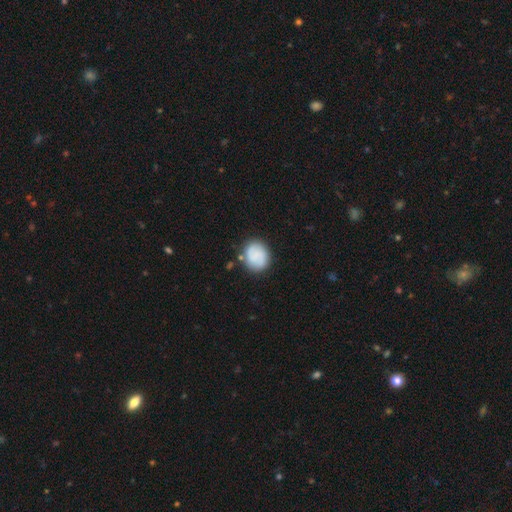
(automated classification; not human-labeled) Smooth or featured? Predicted: smooth (p=0.66). How rounded? Predicted: round (p=0.66). Merging? Predicted: none (p=0.77).